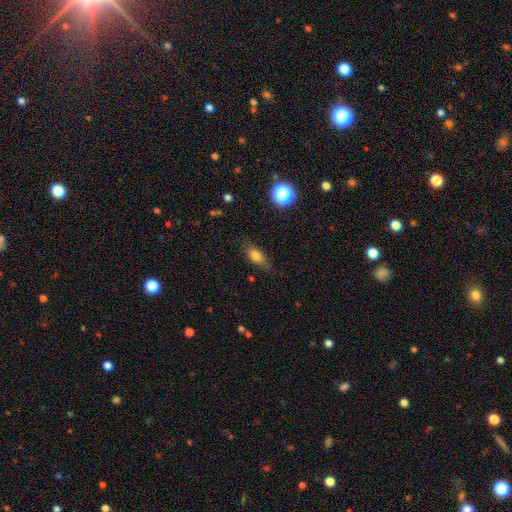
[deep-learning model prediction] Smooth or featured: smooth — 76% (featured or disk — 14%)
How rounded: in between — 75% (cigar-shaped — 15%)
Merging: none — 75% (minor disturbance — 19%)